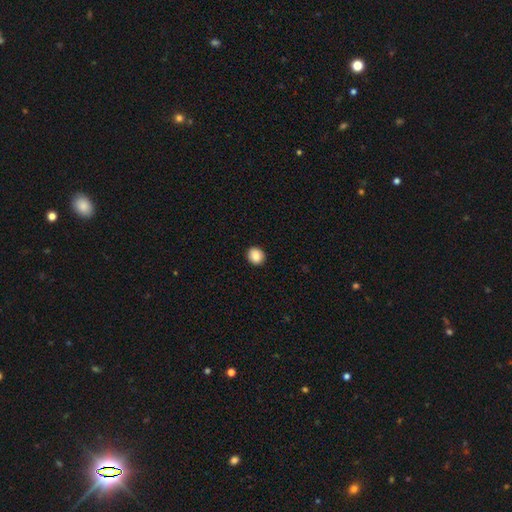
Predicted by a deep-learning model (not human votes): A smooth galaxy with no disk features (86%) that is round (86%). Merging: none (93%).